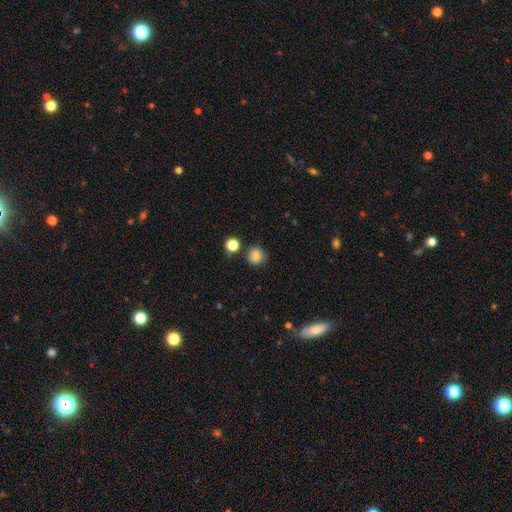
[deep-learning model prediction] Smooth or featured? smooth (84%)
How rounded? round (91%)
Merging? none (80%)